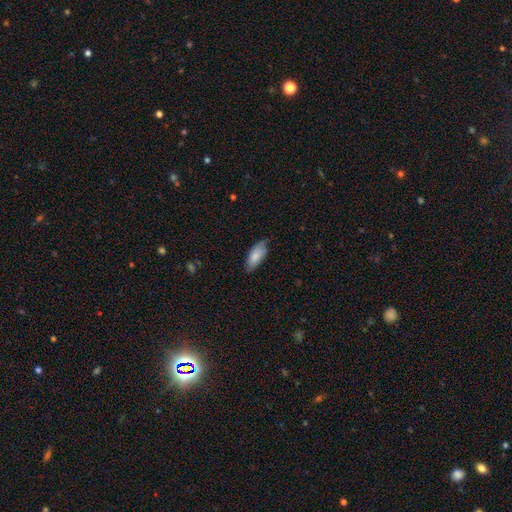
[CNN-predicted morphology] A smooth galaxy with no disk features (80%) that is in between round and cigar-shaped (84%). Merging: none (71%).